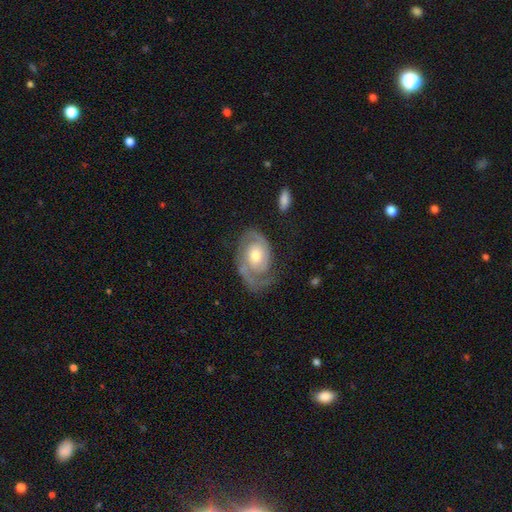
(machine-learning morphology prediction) This is clearly a featured or disk galaxy (87%). It is clearly not viewed edge-on (97%). Bar: likely no (70%). Spiral arm pattern: clearly yes (96%). Spiral arm count: clearly 2 (80%). Spiral winding: possibly tight (50%). Central bulge: likely moderate (69%). Merging: likely none (66%).